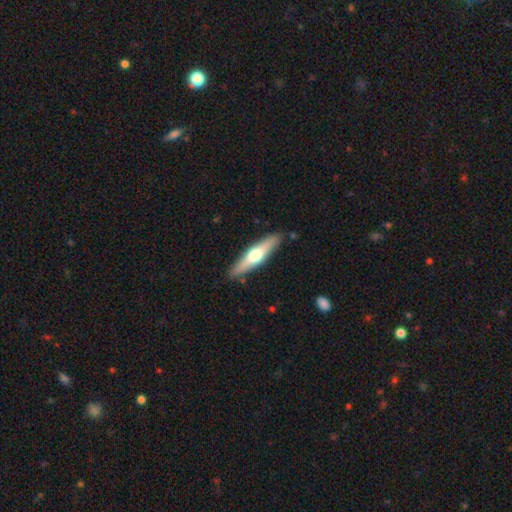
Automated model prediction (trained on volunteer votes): Smooth or featured: featured or disk — 53% (smooth — 43%)
Edge-on disk: yes — 92% (no — 8%)
Merging: none — 88% (minor disturbance — 9%)